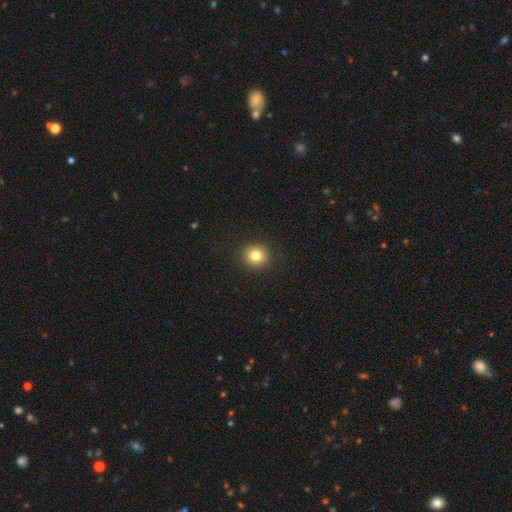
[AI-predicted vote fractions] This is clearly a smooth galaxy (81%). How rounded: clearly round (89%). Merging: clearly none (92%).